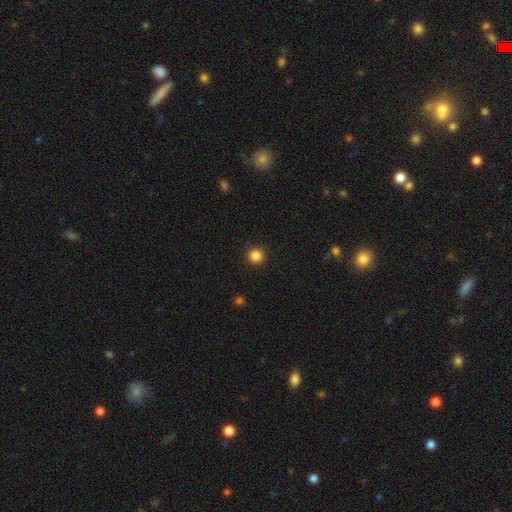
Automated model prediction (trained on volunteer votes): smooth 85%, star or artifact 12%, featured or disk 3%. Down the decision tree: how rounded — round (96%); merging — none (92%).